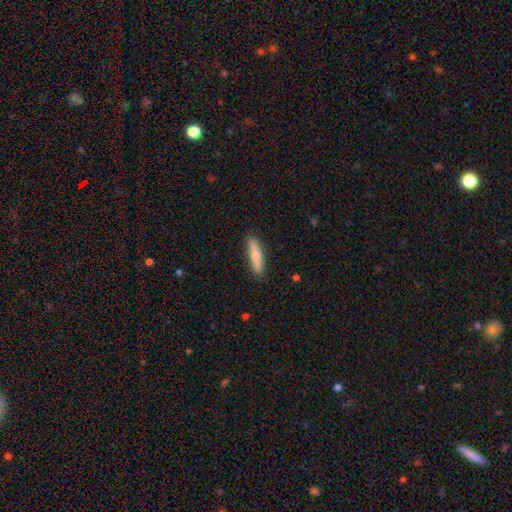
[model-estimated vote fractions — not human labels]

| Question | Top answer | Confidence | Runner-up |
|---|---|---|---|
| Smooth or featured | smooth | 66% | featured or disk (28%) |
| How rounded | cigar-shaped | 81% | in between (17%) |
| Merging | none | 88% | minor disturbance (9%) |